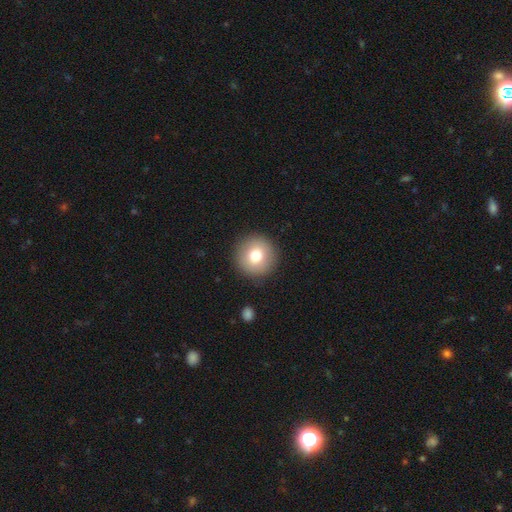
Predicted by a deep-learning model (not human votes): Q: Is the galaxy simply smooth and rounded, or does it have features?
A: smooth — 77%.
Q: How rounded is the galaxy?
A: round — 95%.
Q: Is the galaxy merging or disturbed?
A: none — 90%.